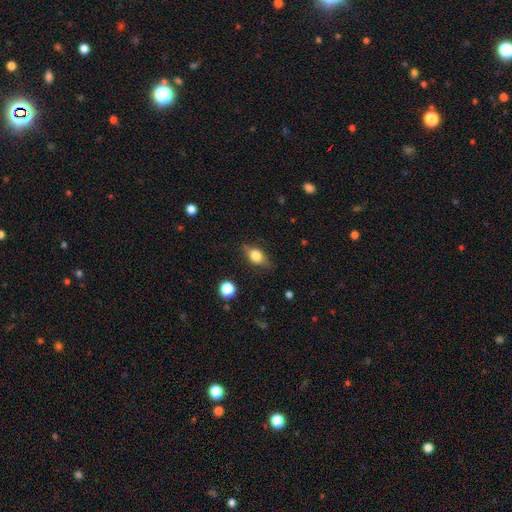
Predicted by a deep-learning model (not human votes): Smooth or featured? smooth (72%)
How rounded? in between (73%)
Merging? none (75%)